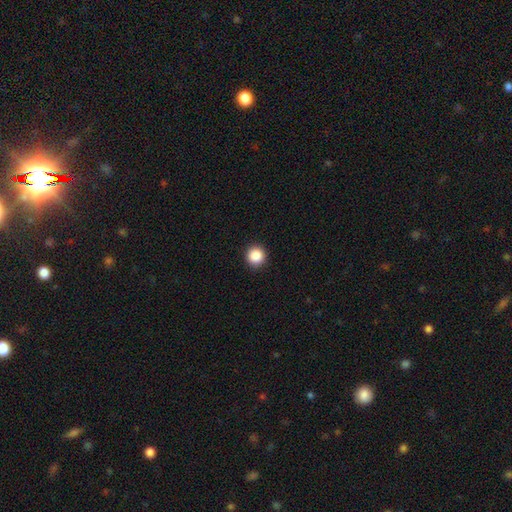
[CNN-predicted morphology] smooth_or_featured: smooth (p=0.88) [alt: star or artifact p=0.09]
how_rounded: round (p=0.96) [alt: in between p=0.03]
merging: none (p=0.93) [alt: minor disturbance p=0.05]